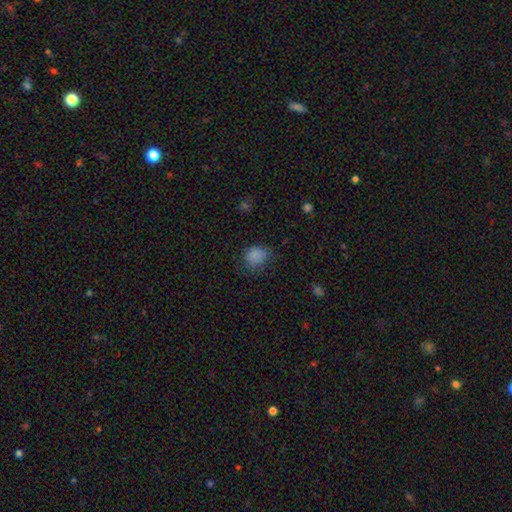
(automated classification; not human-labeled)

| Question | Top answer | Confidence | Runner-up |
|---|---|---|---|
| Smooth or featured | smooth | 82% | star or artifact (12%) |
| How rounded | round | 66% | in between (33%) |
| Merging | none | 66% | minor disturbance (24%) |